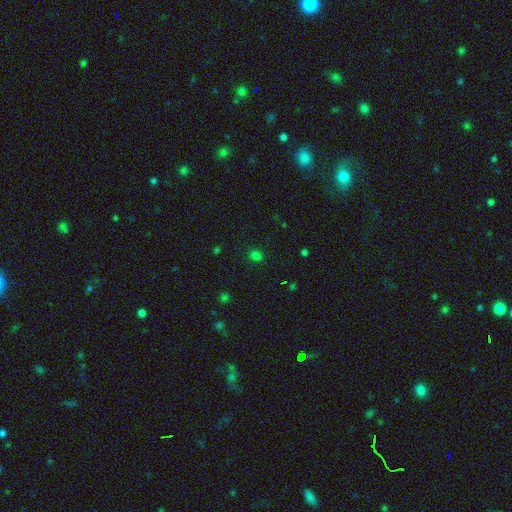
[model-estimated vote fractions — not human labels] This appears to be a smooth galaxy with no disk features (66%) that is round (51%). Merging: none (79%).